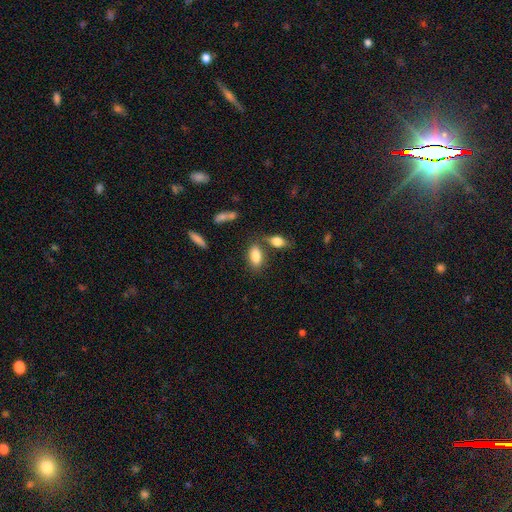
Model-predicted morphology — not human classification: Smooth or featured? Predicted: smooth (p=0.83). How rounded? Predicted: in between (p=0.88). Merging? Predicted: none (p=0.65).